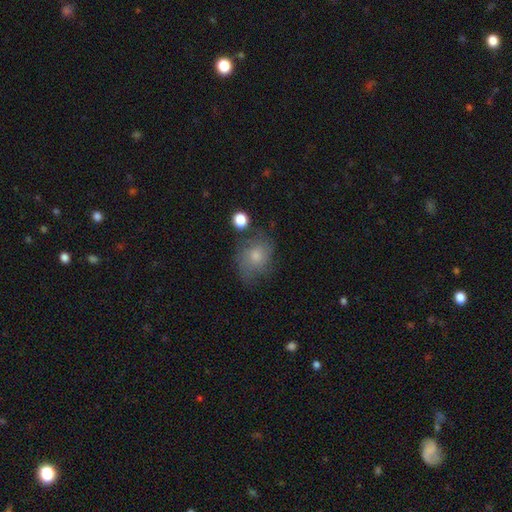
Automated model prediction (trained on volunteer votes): Smooth or featured: smooth — 54% (featured or disk — 30%)
How rounded: round — 51% (in between — 47%)
Merging: none — 62% (minor disturbance — 23%)